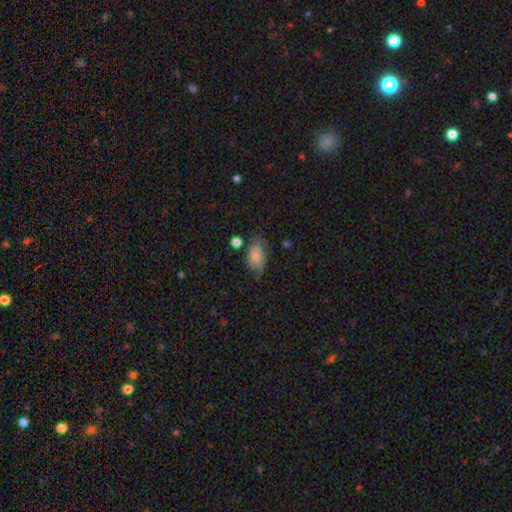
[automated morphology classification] smooth-or-featured: smooth: 78% | featured or disk: 15% | star or artifact: 8%
  how-rounded: in between: 91% | round: 6% | cigar-shaped: 3%
  merging: none: 54% | minor disturbance: 31% | major disturbance: 10% | merger: 5%